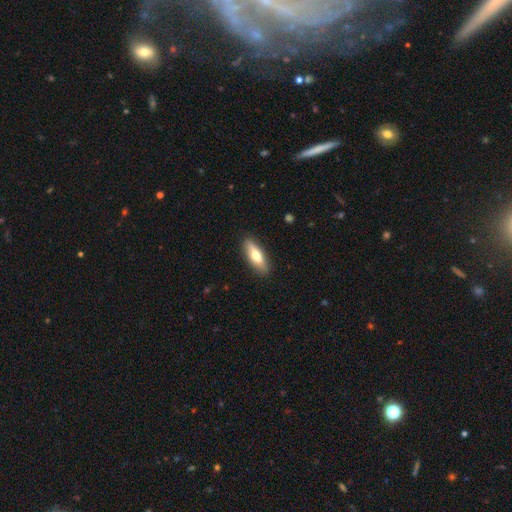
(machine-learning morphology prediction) smooth_or_featured: smooth (p=0.61) [alt: featured or disk p=0.33]
how_rounded: in between (p=0.52) [alt: cigar-shaped p=0.45]
merging: none (p=0.88) [alt: minor disturbance p=0.09]